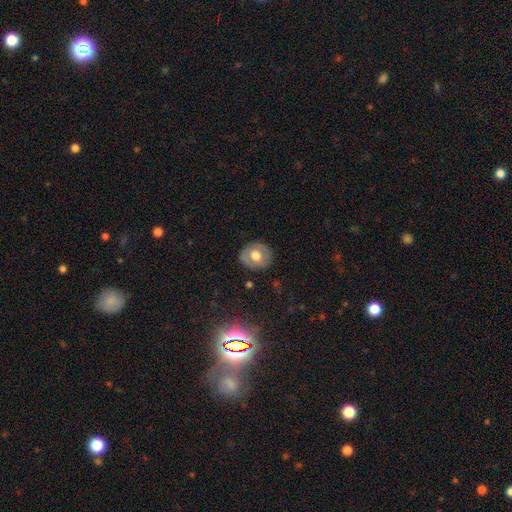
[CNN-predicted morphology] This is possibly a smooth galaxy (52%). How rounded: likely round (71%). Merging: clearly none (83%).